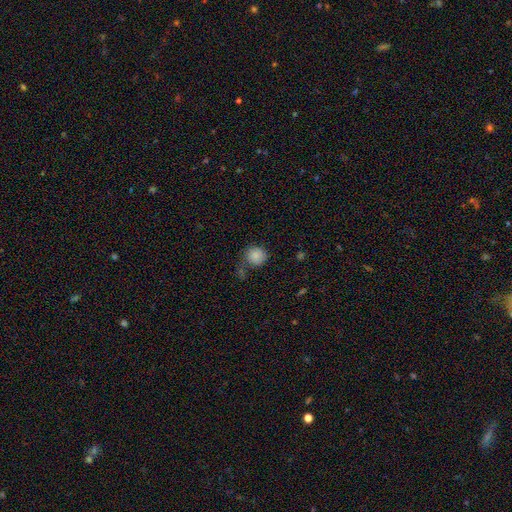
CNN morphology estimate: Smooth or featured?
  - smooth: 86% *
  - star or artifact: 9%
  - featured or disk: 5%
How rounded?
  - round: 88% *
  - in between: 11%
  - cigar-shaped: 1%
Merging?
  - none: 62% *
  - minor disturbance: 18%
  - merger: 11%
  - major disturbance: 9%